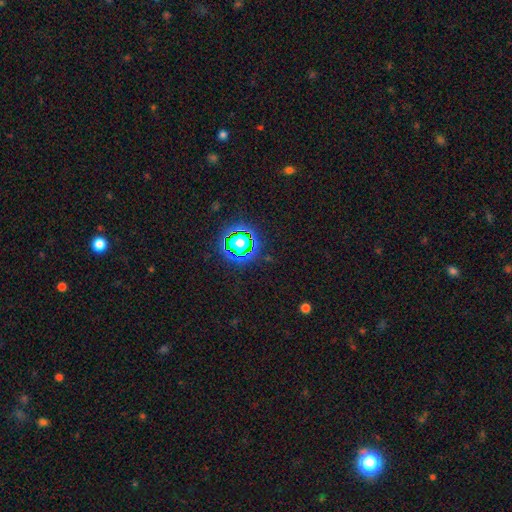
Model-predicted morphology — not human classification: A star or artifact, not a galaxy (78%).